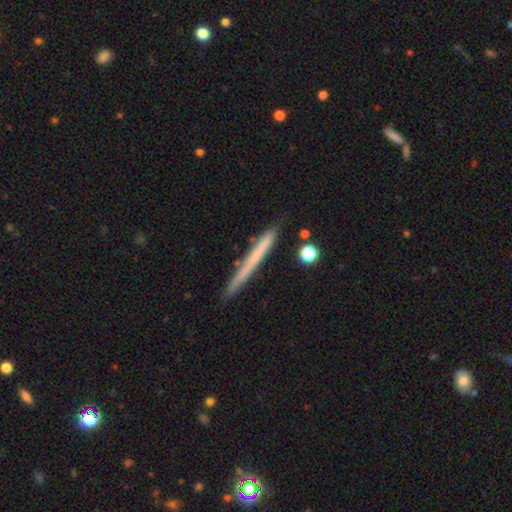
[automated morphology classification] smooth_or_featured: smooth (p=0.53) [alt: featured or disk p=0.41]
how_rounded: cigar-shaped (p=0.97) [alt: in between p=0.02]
merging: none (p=0.86) [alt: minor disturbance p=0.10]